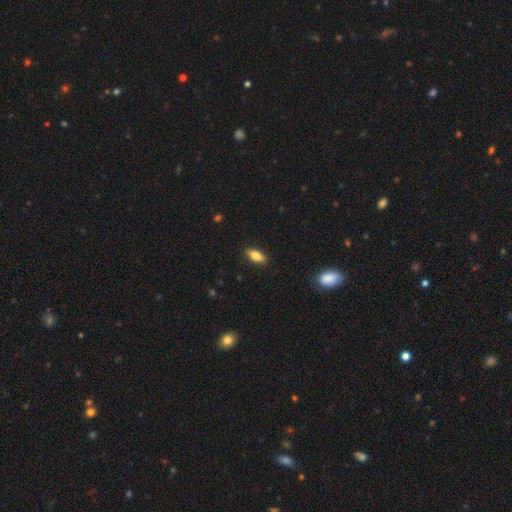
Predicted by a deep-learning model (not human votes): Smooth or featured?
  - smooth: 80% *
  - featured or disk: 13%
  - star or artifact: 7%
How rounded?
  - in between: 80% *
  - cigar-shaped: 17%
  - round: 3%
Merging?
  - none: 88% *
  - minor disturbance: 9%
  - major disturbance: 2%
  - merger: 1%